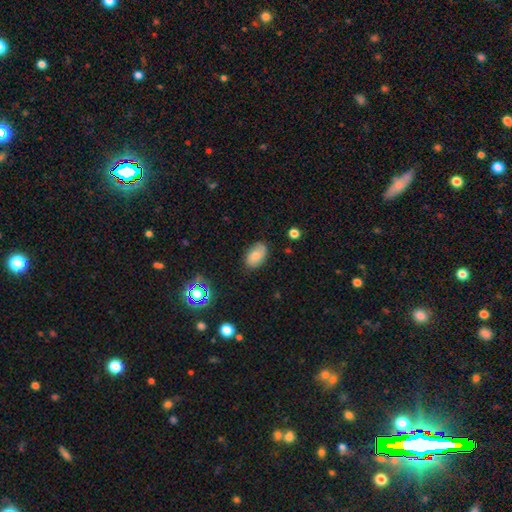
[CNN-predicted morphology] Q: Smooth or featured?
A: smooth (67%); runner-up: featured or disk (22%)
Q: How rounded?
A: in between (89%); runner-up: round (9%)
Q: Merging?
A: none (80%); runner-up: minor disturbance (16%)